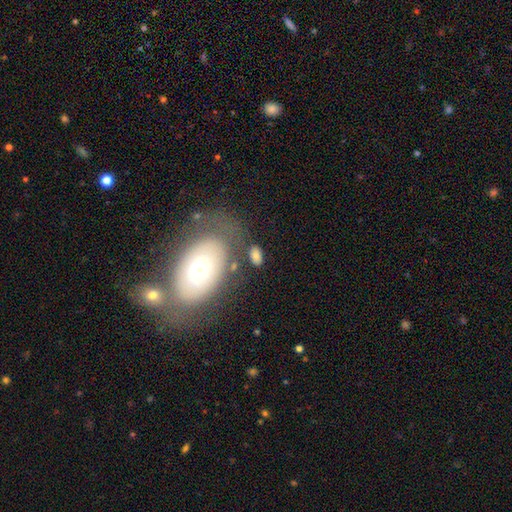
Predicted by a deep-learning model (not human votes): smooth_or_featured: smooth (p=0.75) [alt: featured or disk p=0.15]
how_rounded: in between (p=0.89) [alt: round p=0.09]
merging: none (p=0.66) [alt: minor disturbance p=0.15]